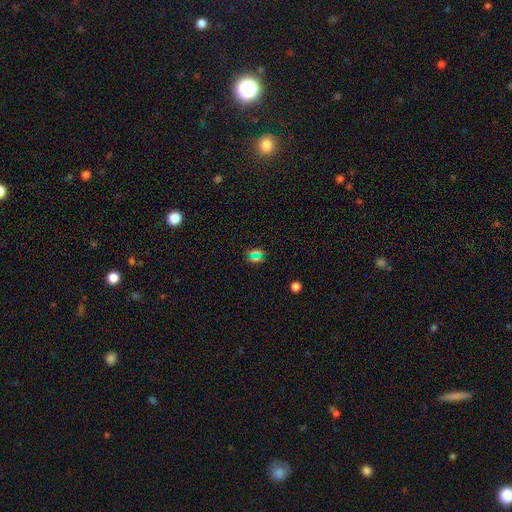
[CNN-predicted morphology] Smooth or featured: smooth — 47% (star or artifact — 42%)
Merging: none — 75% (minor disturbance — 12%)